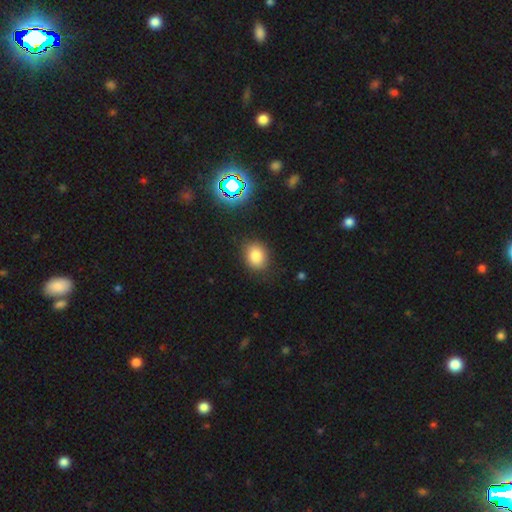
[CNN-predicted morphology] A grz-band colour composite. It shows a smooth galaxy with no disk features (81%) that is in between round and cigar-shaped (50%). Merging: none (82%).